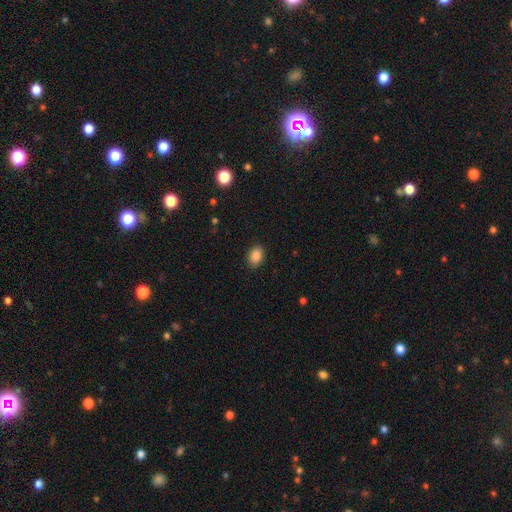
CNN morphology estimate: A smooth galaxy with no disk features (88%) that is in between round and cigar-shaped (78%).

Vote fractions:
- Smooth or featured? smooth: 88% / star or artifact: 8% / featured or disk: 4%
- How rounded? in between: 78% / round: 21% / cigar-shaped: 1%
- Merging? none: 89% / minor disturbance: 8% / major disturbance: 2% / merger: 1%